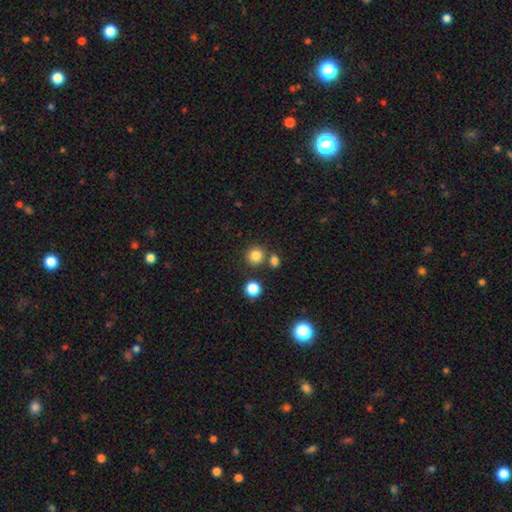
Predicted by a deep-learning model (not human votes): A smooth galaxy with no disk features (81%) that is round (90%). Merging: none (74%).